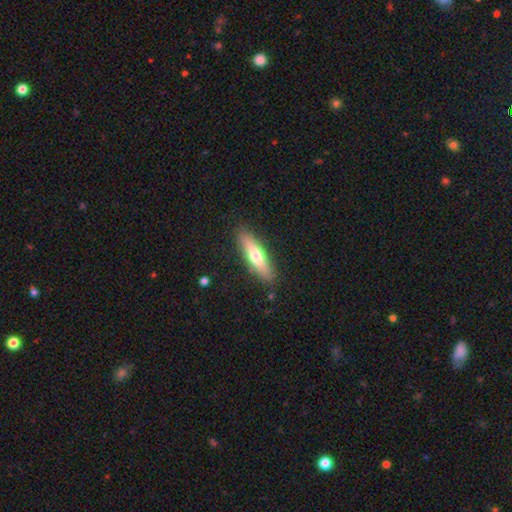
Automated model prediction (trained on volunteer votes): Smooth or featured? smooth (60%)
How rounded? cigar-shaped (71%)
Merging? none (87%)